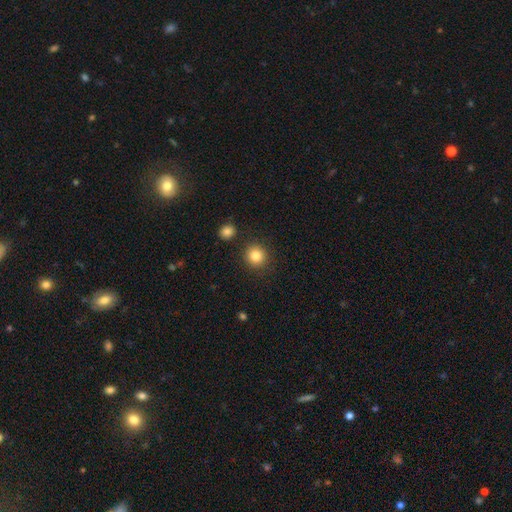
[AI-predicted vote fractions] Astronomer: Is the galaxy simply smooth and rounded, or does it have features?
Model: smooth — 84%.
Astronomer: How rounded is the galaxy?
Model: round — 91%.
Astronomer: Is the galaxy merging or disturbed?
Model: none — 88%.